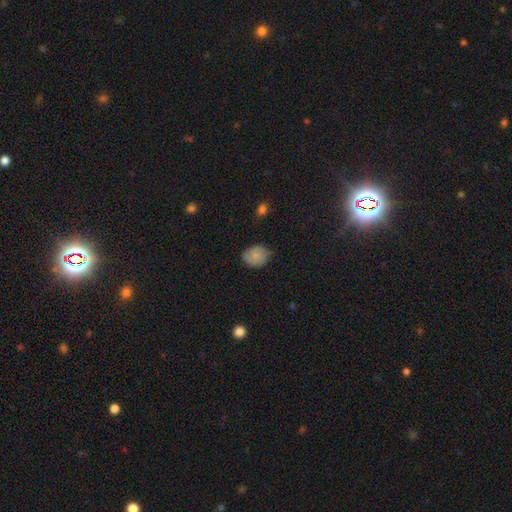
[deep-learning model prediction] A smooth galaxy with no disk features (71%) that is in between round and cigar-shaped (51%).

Vote fractions:
- Smooth or featured? smooth: 71% / featured or disk: 20% / star or artifact: 8%
- How rounded? in between: 51% / round: 48% / cigar-shaped: 1%
- Merging? none: 67% / minor disturbance: 27% / major disturbance: 5% / merger: 1%